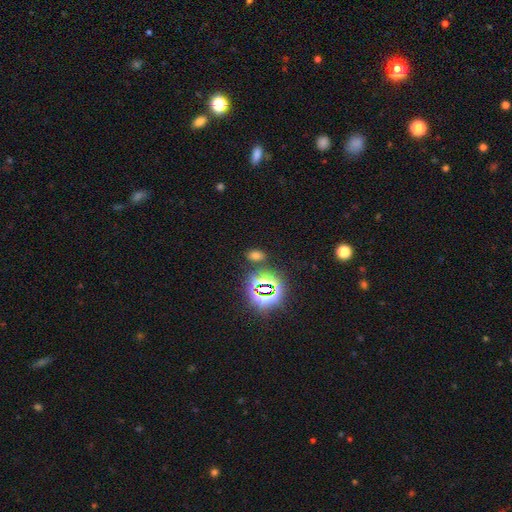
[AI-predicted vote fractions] This appears to be a smooth galaxy with no disk features (54%) that is in between round and cigar-shaped (83%). Merging: none (79%).